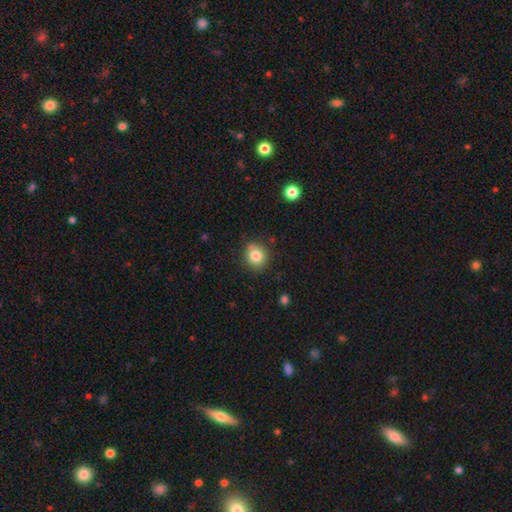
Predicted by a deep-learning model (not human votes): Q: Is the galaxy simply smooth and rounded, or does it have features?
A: smooth — 82%.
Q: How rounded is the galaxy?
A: round — 77%.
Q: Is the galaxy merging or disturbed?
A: none — 81%.